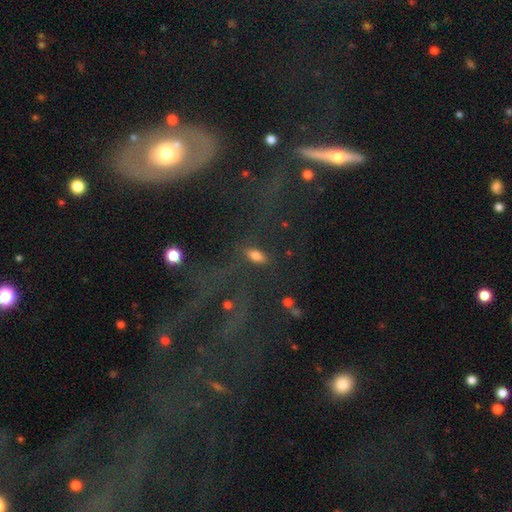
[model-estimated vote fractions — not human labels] The model was most divided on "smooth or featured": smooth: 76%, star or artifact: 13%, featured or disk: 11%. More confident: how rounded — in between (82%); merging — none (79%).